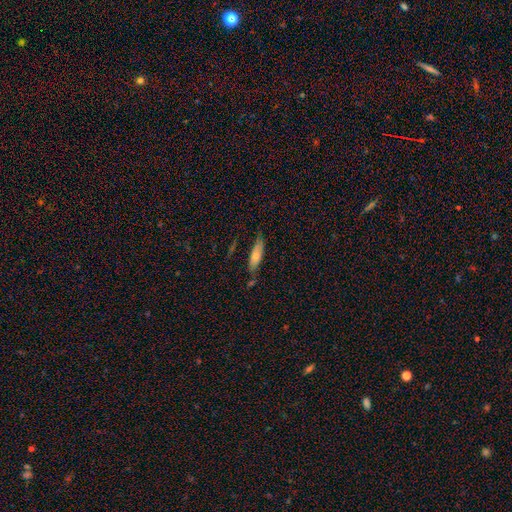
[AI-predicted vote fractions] Q: Smooth or featured?
A: smooth (66%); runner-up: featured or disk (27%)
Q: How rounded?
A: cigar-shaped (53%); runner-up: in between (45%)
Q: Merging?
A: none (69%); runner-up: minor disturbance (21%)